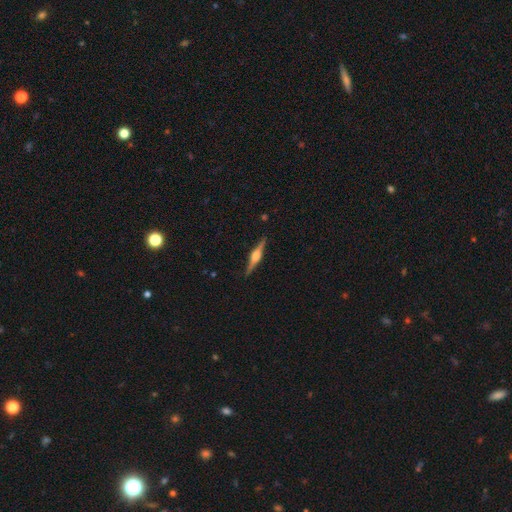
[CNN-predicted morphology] Smooth or featured?
  - featured or disk: 80% *
  - smooth: 15%
  - star or artifact: 6%
Edge-on disk?
  - yes: 98% *
  - no: 2%
Edge-on bulge?
  - rounded: 82% *
  - boxy: 15%
  - none: 2%
Merging?
  - none: 89% *
  - minor disturbance: 8%
  - major disturbance: 2%
  - merger: 1%